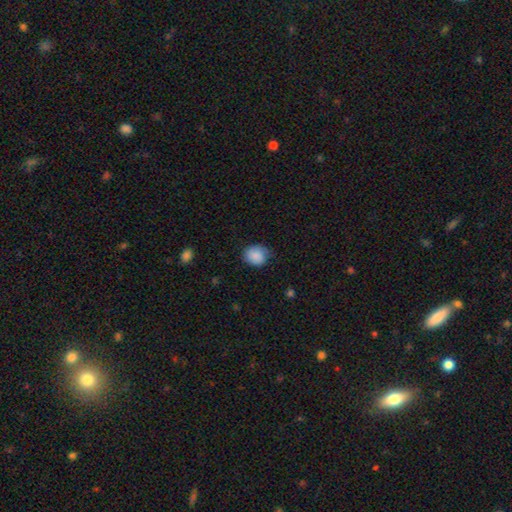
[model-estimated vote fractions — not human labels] This is clearly a smooth galaxy (83%). How rounded: likely round (72%). Merging: likely none (69%).